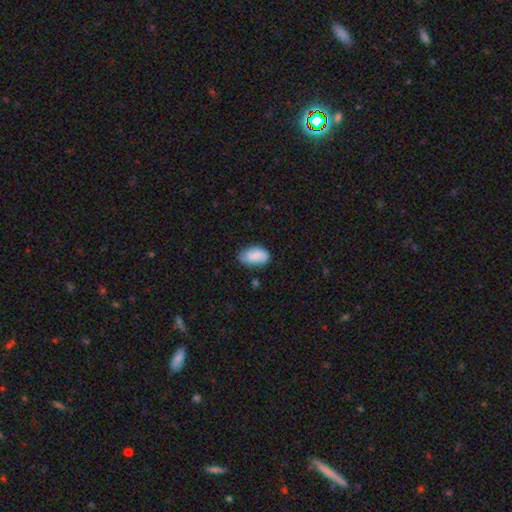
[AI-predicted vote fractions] Overall: smooth (74%). How rounded: in between (92%). Merging: none (65%; minor disturbance 28%).